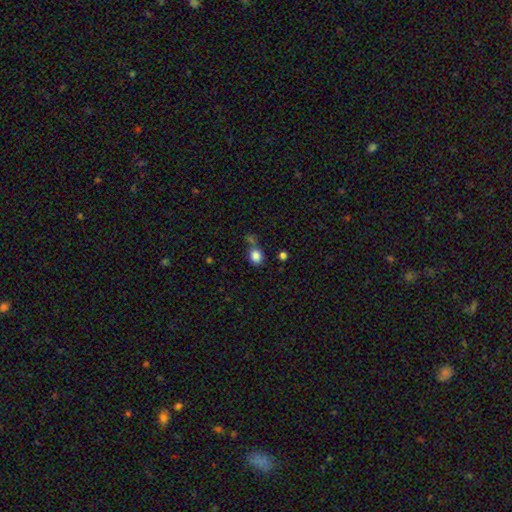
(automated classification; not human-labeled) smooth 85%, star or artifact 10%, featured or disk 5%. Down the decision tree: how rounded — round (65%); merging — none (60%).